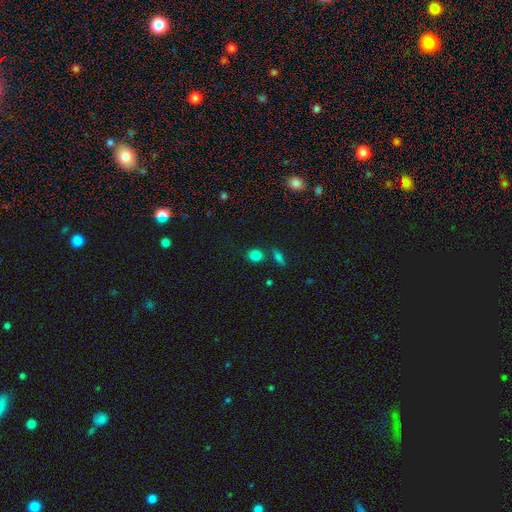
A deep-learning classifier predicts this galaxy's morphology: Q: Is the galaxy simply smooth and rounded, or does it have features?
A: smooth — 82%.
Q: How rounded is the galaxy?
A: round — 72%.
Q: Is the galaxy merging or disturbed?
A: none — 74%.